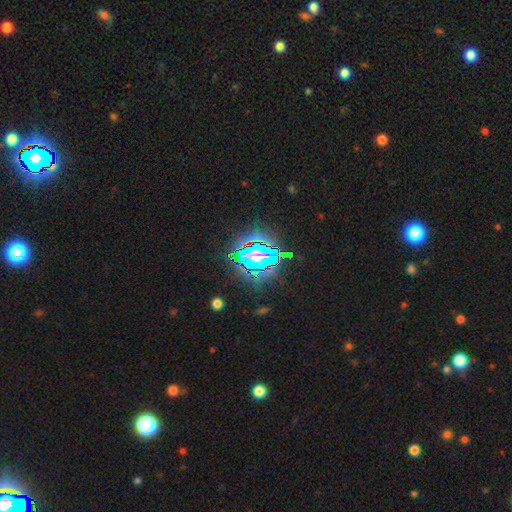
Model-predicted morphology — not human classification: Overall: star or artifact (66%).